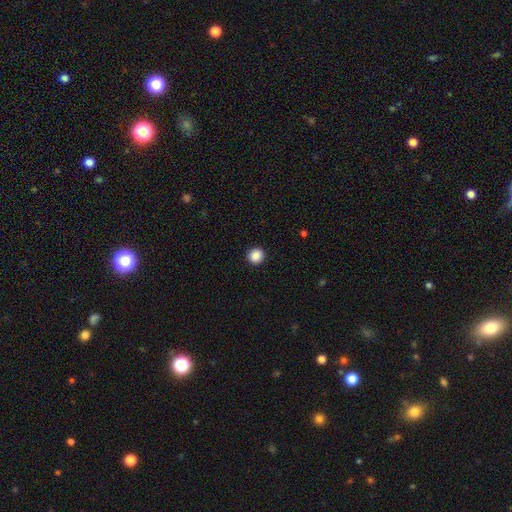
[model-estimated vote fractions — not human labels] smooth-or-featured: smooth: 88% | star or artifact: 9% | featured or disk: 3%
  how-rounded: round: 94% | in between: 5% | cigar-shaped: 1%
  merging: none: 93% | minor disturbance: 4% | major disturbance: 2% | merger: 1%